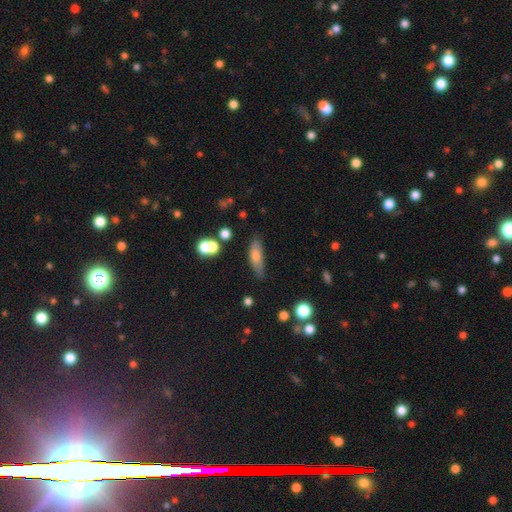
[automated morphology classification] Smooth or featured: smooth — 63% (featured or disk — 27%)
How rounded: in between — 50% (cigar-shaped — 46%)
Merging: none — 63% (minor disturbance — 25%)